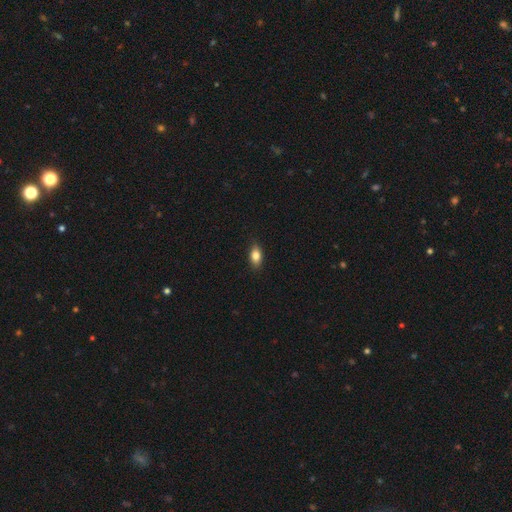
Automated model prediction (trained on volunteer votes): Smooth or featured? Predicted: smooth (p=0.83). How rounded? Predicted: in between (p=0.87). Merging? Predicted: none (p=0.88).